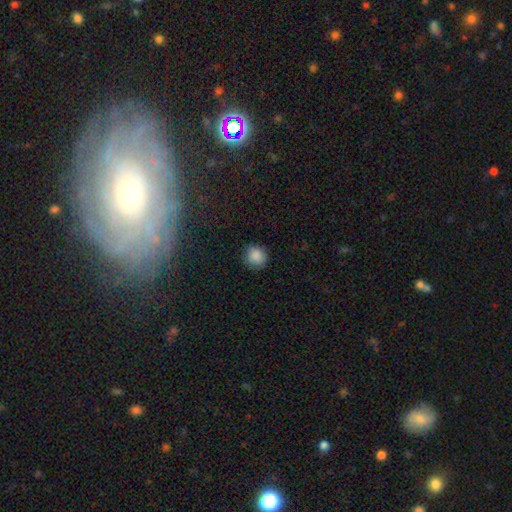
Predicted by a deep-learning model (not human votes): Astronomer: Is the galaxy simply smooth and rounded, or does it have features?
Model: smooth — 86%.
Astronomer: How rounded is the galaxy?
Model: round — 93%.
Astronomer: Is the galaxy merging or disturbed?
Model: none — 86%.